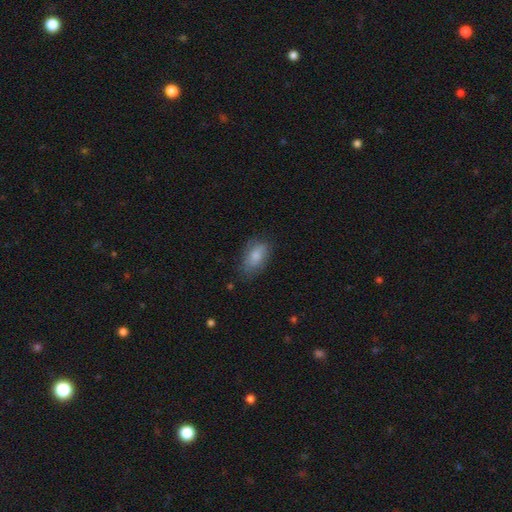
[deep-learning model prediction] Smooth or featured? smooth (80%)
How rounded? in between (91%)
Merging? none (68%)